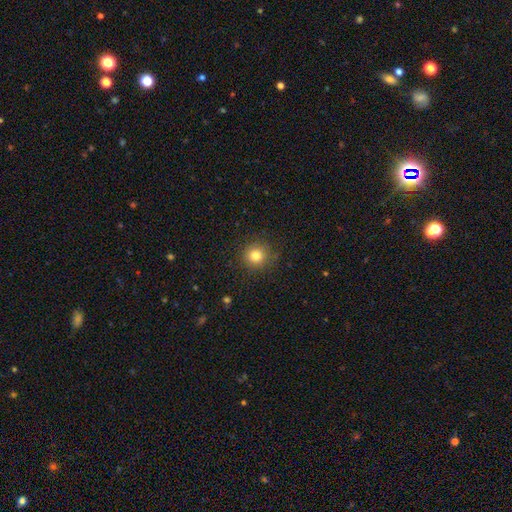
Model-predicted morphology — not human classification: This is clearly a smooth galaxy (81%). How rounded: clearly round (93%). Merging: clearly none (89%).